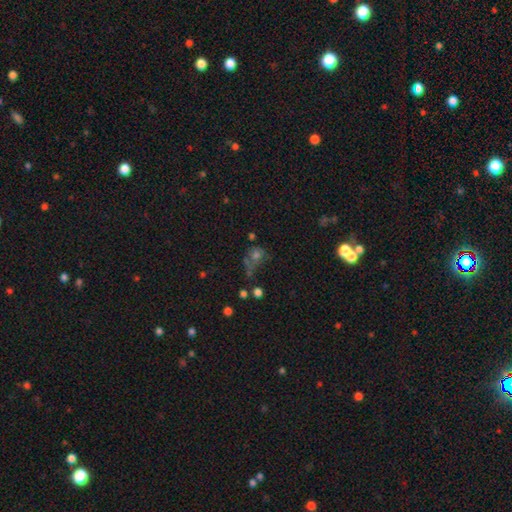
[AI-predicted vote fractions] smooth-or-featured: smooth: 43% | star or artifact: 36% | featured or disk: 21%
  merging: none: 37% | major disturbance: 30% | minor disturbance: 17% | merger: 16%